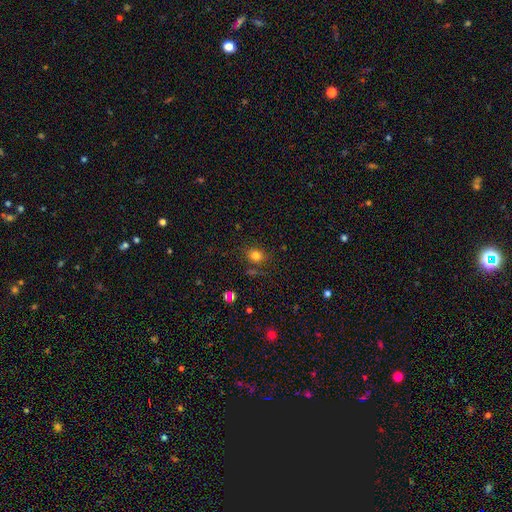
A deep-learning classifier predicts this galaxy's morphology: This appears to be a smooth galaxy with no disk features (79%) that is round (69%). Merging: none (78%).